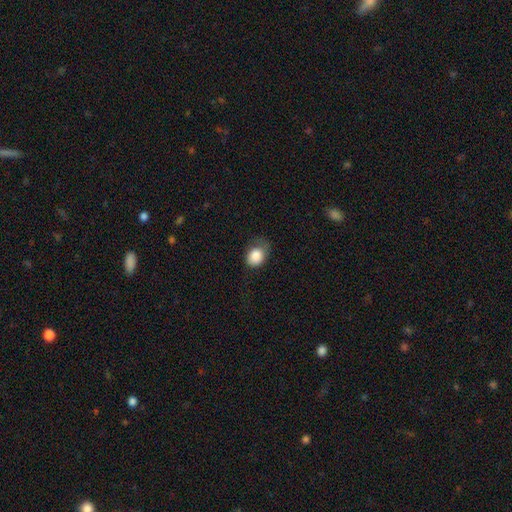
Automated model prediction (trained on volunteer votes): The model was most divided on "merging": none: 41%, minor disturbance: 37%, major disturbance: 20%, merger: 2%. More confident: smooth or featured — smooth (85%); how rounded — in between (52%).